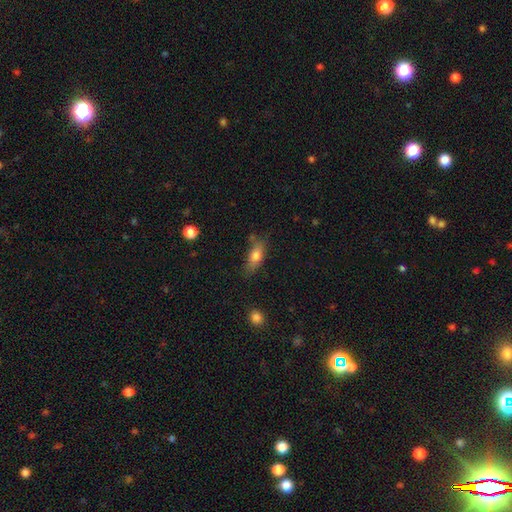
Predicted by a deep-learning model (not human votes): This is likely a smooth galaxy (74%). How rounded: likely in between (72%). Merging: likely none (65%).